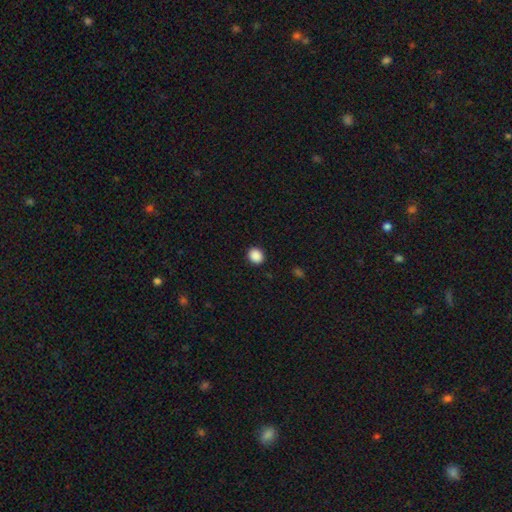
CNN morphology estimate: This is clearly a smooth galaxy (89%). How rounded: likely round (72%). Merging: clearly none (91%).